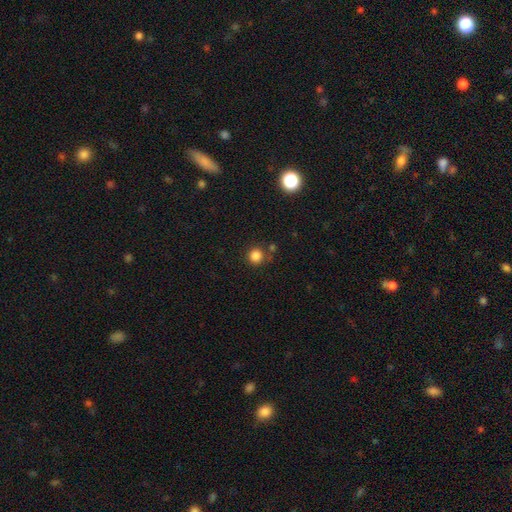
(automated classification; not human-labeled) Overall: smooth (83%). How rounded: round (92%). Merging: none (77%).